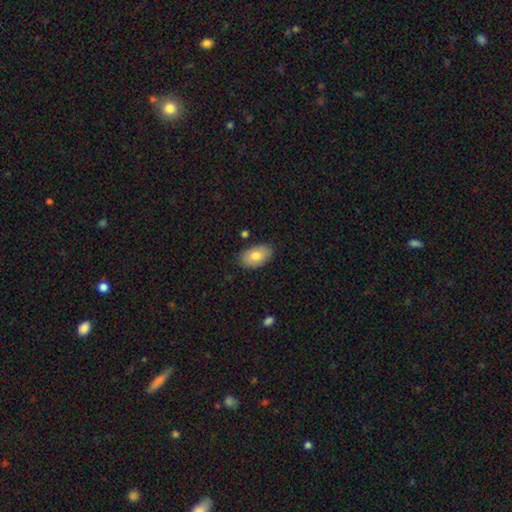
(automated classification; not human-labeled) smooth 78%, featured or disk 15%, star or artifact 7%. Down the decision tree: how rounded — in between (92%); merging — none (83%).